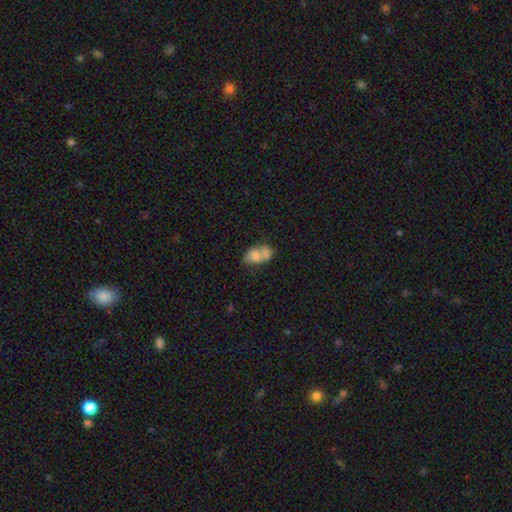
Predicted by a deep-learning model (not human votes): Overall: smooth (63%; featured or disk 27%). How rounded: in between (79%). Merging: merger (59%).